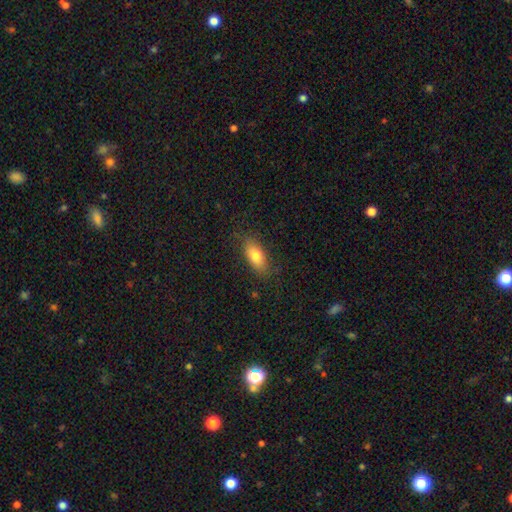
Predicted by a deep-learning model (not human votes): Smooth or featured? smooth (77%)
How rounded? in between (84%)
Merging? none (80%)